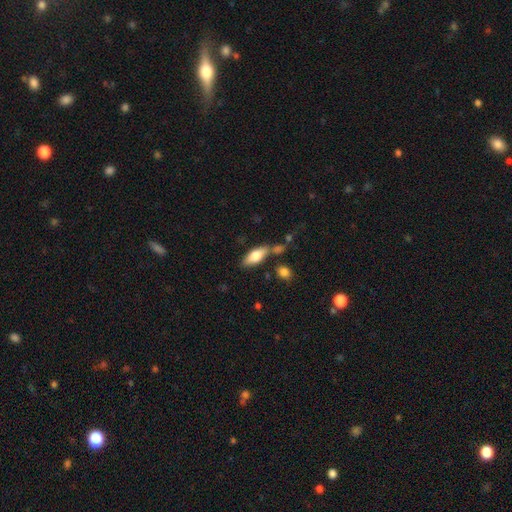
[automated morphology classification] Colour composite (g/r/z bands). It shows a smooth galaxy with no disk features (71%) that is in between round and cigar-shaped (76%). Merging: none (65%).